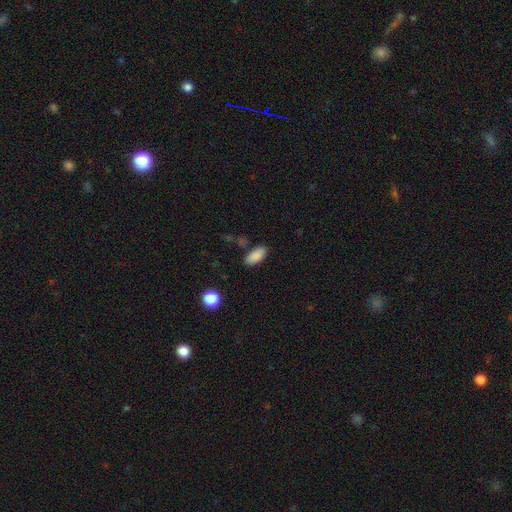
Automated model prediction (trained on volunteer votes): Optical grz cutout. It shows a smooth galaxy with no disk features (88%) that is in between round and cigar-shaped (89%). Merging: none (83%).